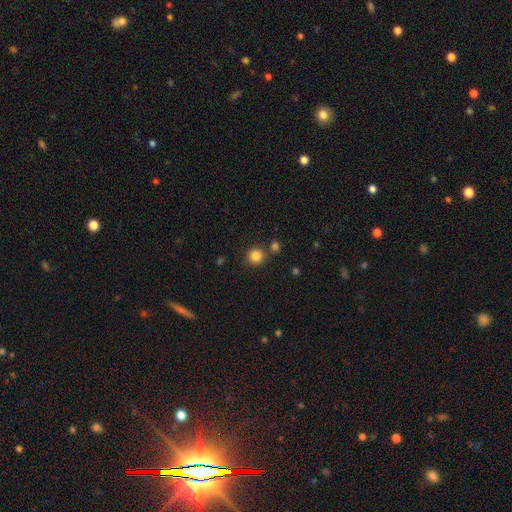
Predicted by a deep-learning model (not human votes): Smooth or featured: smooth — 84% (star or artifact — 12%)
How rounded: round — 93% (in between — 6%)
Merging: none — 80% (merger — 10%)